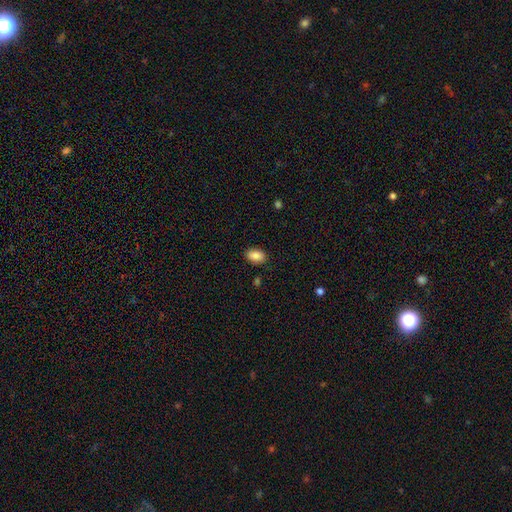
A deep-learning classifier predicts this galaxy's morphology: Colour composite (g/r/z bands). It shows a smooth galaxy with no disk features (88%) that is in between round and cigar-shaped (88%). Merging: none (88%).